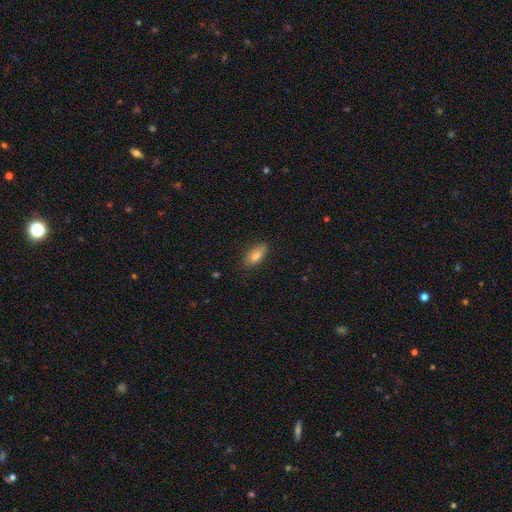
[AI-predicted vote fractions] Smooth or featured? smooth (80%)
How rounded? in between (78%)
Merging? none (83%)